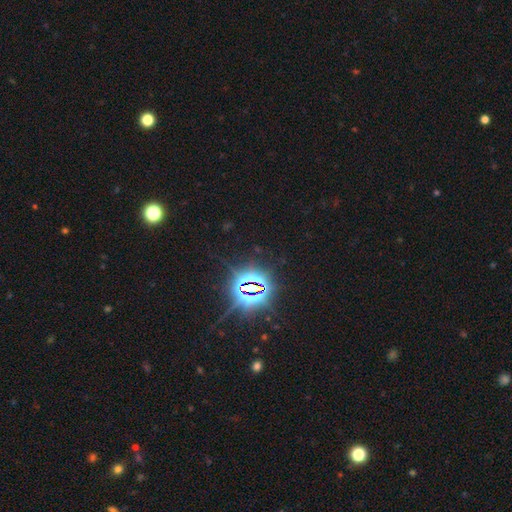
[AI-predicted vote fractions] A star or artifact, not a galaxy (84%).